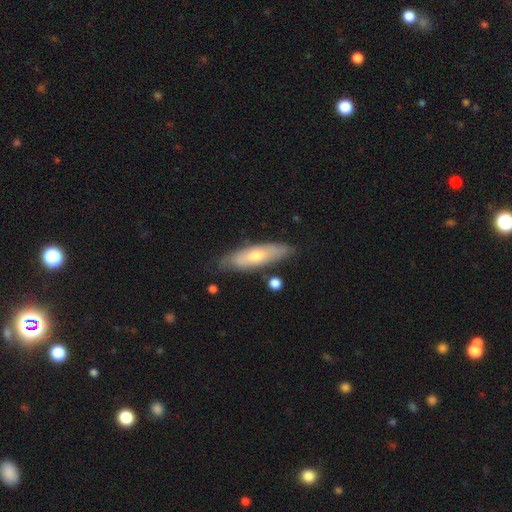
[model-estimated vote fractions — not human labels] This is possibly a smooth galaxy (46%). Merging: clearly none (82%).